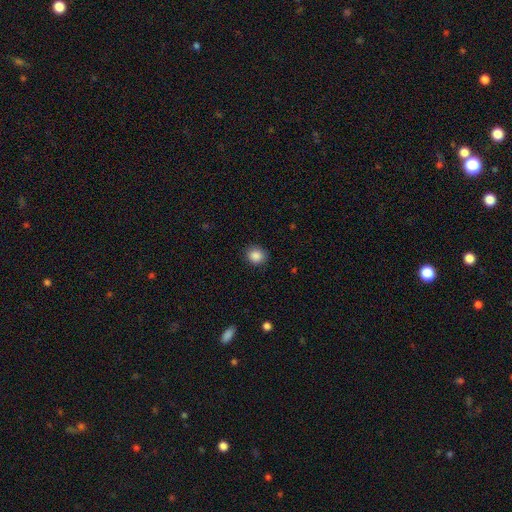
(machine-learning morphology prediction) This appears to be a smooth galaxy with no disk features (87%) that is round (82%). Merging: none (89%).